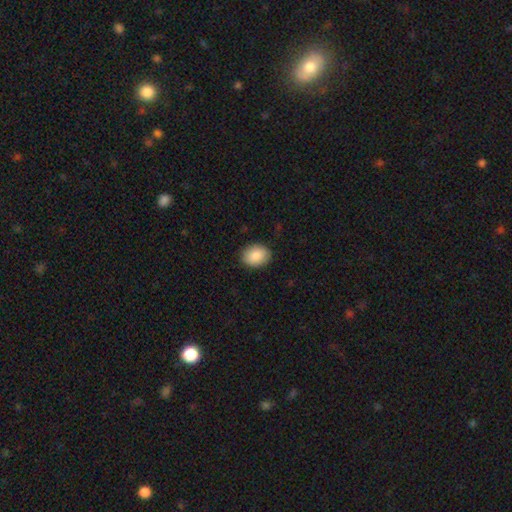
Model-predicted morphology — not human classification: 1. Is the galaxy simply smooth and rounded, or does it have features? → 90% smooth, 6% star or artifact, 4% featured or disk.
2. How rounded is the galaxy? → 66% in between, 33% round, 1% cigar-shaped.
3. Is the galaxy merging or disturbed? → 88% none, 9% minor disturbance, 2% major disturbance, 1% merger.